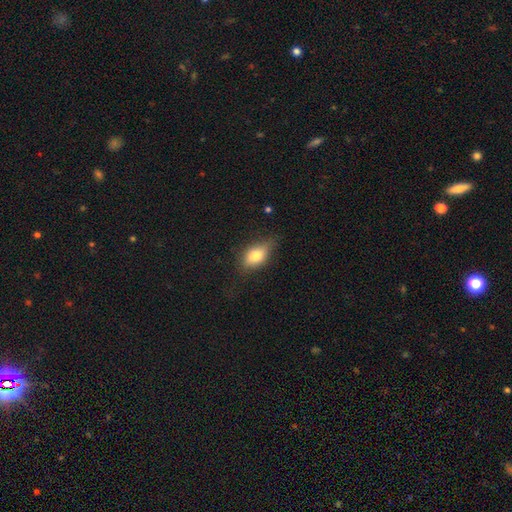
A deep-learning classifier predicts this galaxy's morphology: Smooth or featured? Predicted: smooth (p=0.75). How rounded? Predicted: in between (p=0.84). Merging? Predicted: none (p=0.66).